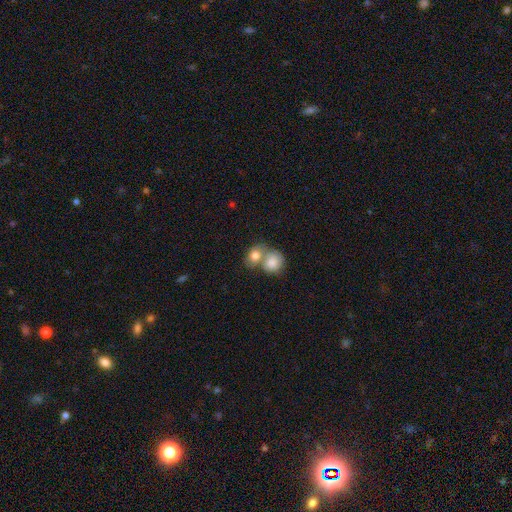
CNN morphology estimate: Smooth or featured?
  - smooth: 80% *
  - featured or disk: 13%
  - star or artifact: 7%
How rounded?
  - round: 58% *
  - in between: 41%
  - cigar-shaped: 1%
Merging?
  - merger: 68% *
  - none: 22%
  - minor disturbance: 7%
  - major disturbance: 3%